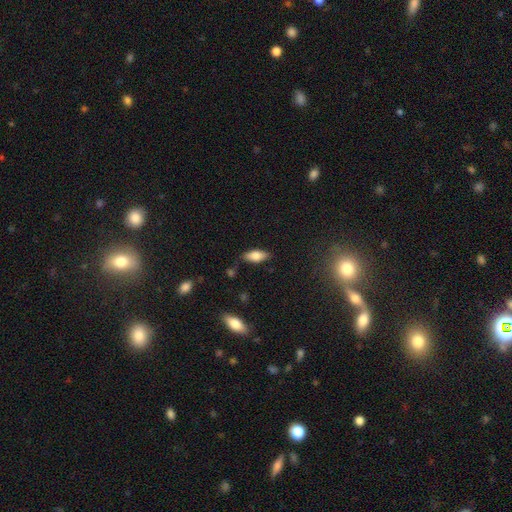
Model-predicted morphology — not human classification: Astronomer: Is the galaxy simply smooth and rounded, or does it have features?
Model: smooth — 77%.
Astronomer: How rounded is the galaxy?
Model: in between — 82%.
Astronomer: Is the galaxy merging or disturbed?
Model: none — 79%.